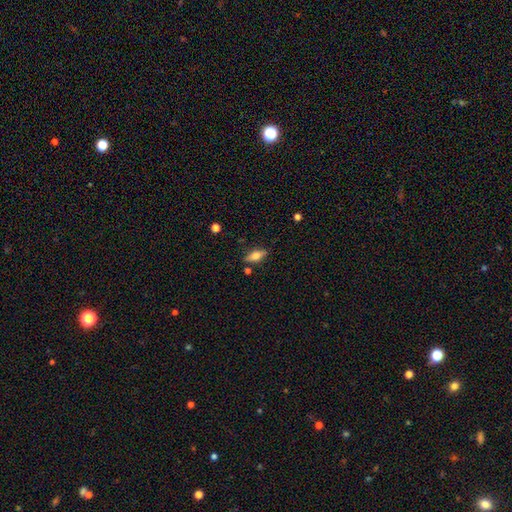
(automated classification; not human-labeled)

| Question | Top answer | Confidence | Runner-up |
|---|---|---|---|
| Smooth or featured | smooth | 58% | featured or disk (34%) |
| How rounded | in between | 71% | cigar-shaped (25%) |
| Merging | none | 81% | minor disturbance (13%) |